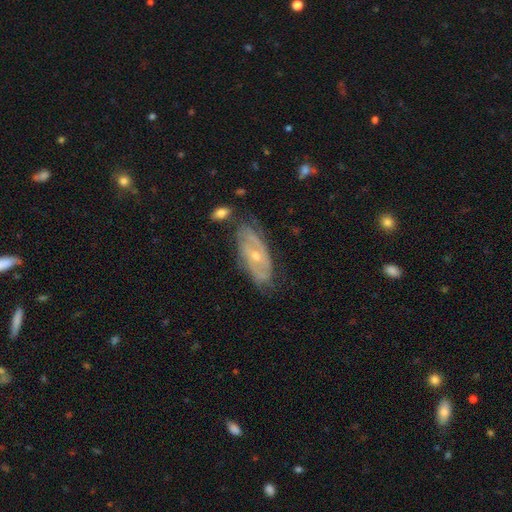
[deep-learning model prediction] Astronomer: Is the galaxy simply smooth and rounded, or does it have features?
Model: featured or disk — 76%.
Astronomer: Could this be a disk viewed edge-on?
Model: no — 87%.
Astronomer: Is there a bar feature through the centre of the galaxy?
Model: no — 56% (runner-up: weak, 33%).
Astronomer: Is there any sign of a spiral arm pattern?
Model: yes — 79%.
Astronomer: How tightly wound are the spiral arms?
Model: tight — 52% (runner-up: medium, 34%).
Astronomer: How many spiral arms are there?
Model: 2 — 46% (runner-up: can't tell, 38%).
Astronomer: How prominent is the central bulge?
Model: small — 60% (runner-up: moderate, 37%).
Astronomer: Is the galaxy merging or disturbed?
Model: none — 66%.